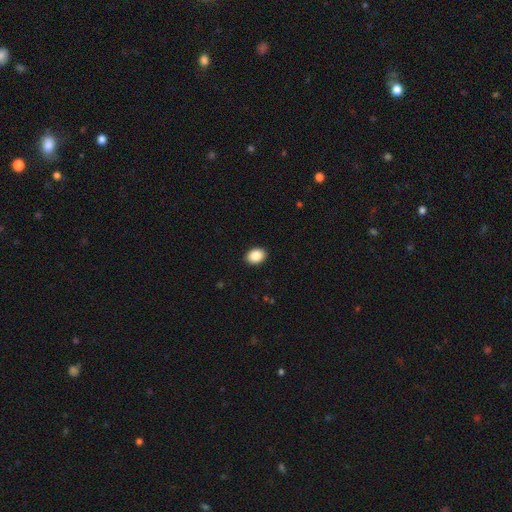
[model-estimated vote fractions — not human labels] This appears to be a smooth galaxy with no disk features (89%) that is in between round and cigar-shaped (70%). Merging: none (91%).